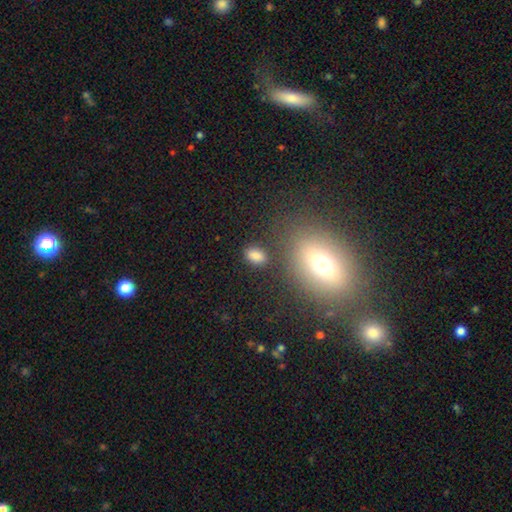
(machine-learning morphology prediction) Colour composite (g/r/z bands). It shows a smooth galaxy with no disk features (82%) that is in between round and cigar-shaped (82%). Merging: none (79%).